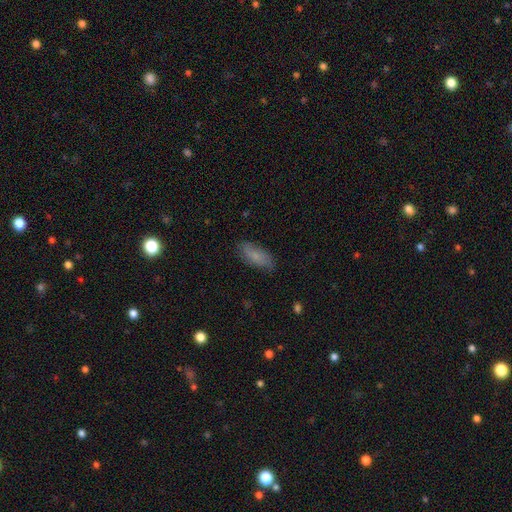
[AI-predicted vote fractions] smooth 72%, featured or disk 21%, star or artifact 7%. Down the decision tree: how rounded — in between (79%); merging — none (76%).